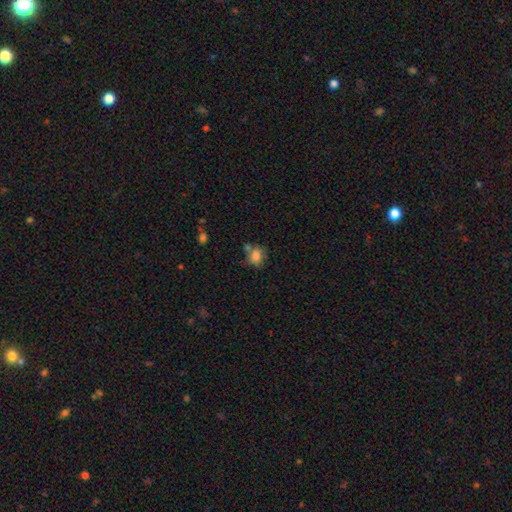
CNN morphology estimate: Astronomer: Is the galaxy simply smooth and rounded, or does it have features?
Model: smooth — 79%.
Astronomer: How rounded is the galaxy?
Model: round — 55% (runner-up: in between, 44%).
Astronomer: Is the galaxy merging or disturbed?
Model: none — 52%.